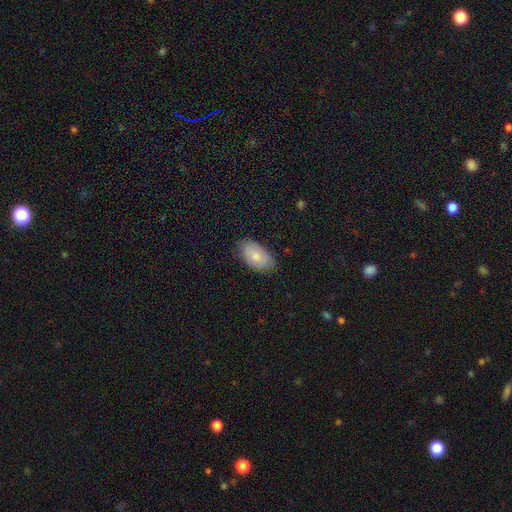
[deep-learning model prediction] smooth 75%, featured or disk 19%, star or artifact 6%. Down the decision tree: how rounded — in between (94%); merging — none (76%).